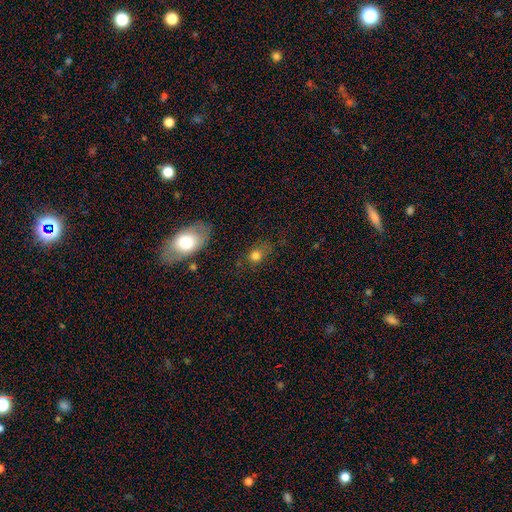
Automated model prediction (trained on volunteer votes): Q: Smooth or featured?
A: smooth (75%); runner-up: star or artifact (14%)
Q: How rounded?
A: round (55%); runner-up: in between (42%)
Q: Merging?
A: none (62%); runner-up: minor disturbance (21%)